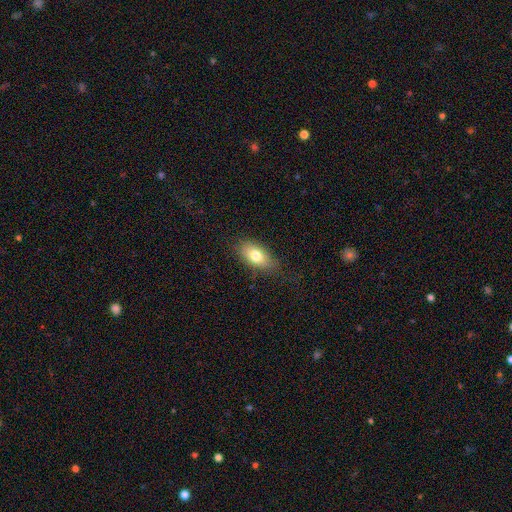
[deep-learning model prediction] A smooth galaxy with no disk features (76%) that is in between round and cigar-shaped (88%).

Vote fractions:
- Smooth or featured? smooth: 76% / featured or disk: 16% / star or artifact: 8%
- How rounded? in between: 88% / round: 7% / cigar-shaped: 5%
- Merging? none: 76% / minor disturbance: 18% / major disturbance: 5% / merger: 1%